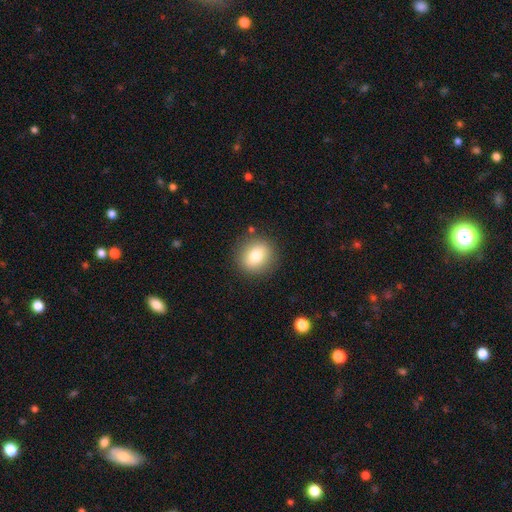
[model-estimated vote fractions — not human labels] Smooth or featured?
  - smooth: 77% *
  - featured or disk: 14%
  - star or artifact: 9%
How rounded?
  - round: 79% *
  - in between: 20%
  - cigar-shaped: 1%
Merging?
  - none: 87% *
  - minor disturbance: 8%
  - major disturbance: 3%
  - merger: 2%